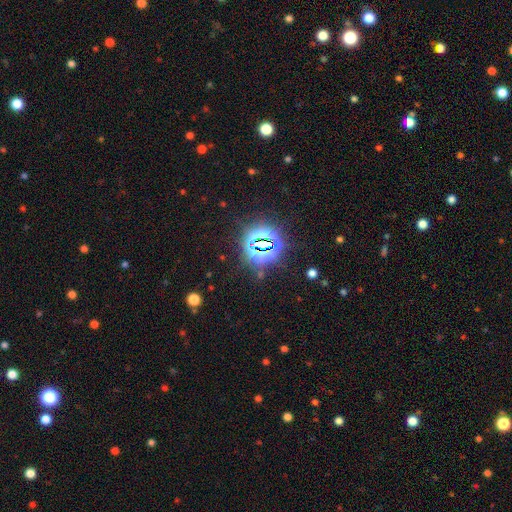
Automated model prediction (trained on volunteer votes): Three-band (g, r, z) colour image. It shows a star or artifact, not a galaxy (83%).